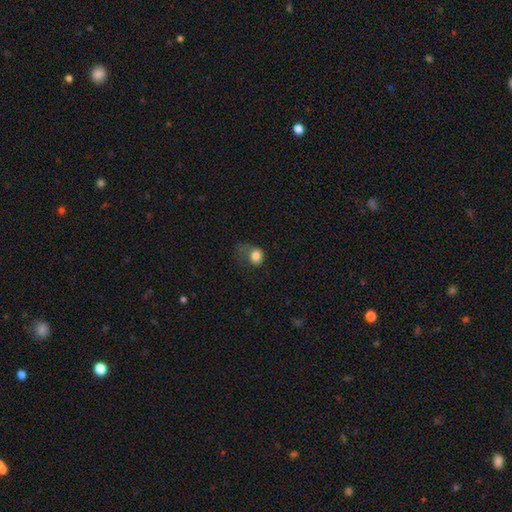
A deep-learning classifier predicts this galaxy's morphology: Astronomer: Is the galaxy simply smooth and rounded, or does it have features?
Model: smooth — 80%.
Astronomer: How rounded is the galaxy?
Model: round — 64%.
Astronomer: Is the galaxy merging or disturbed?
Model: major disturbance — 45% (runner-up: none, 26%).